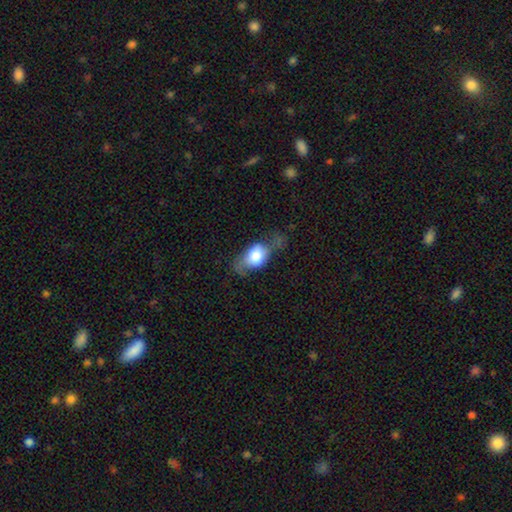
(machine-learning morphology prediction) Smooth or featured?
  - smooth: 64% *
  - featured or disk: 29%
  - star or artifact: 7%
How rounded?
  - in between: 81% *
  - round: 15%
  - cigar-shaped: 4%
Merging?
  - none: 33% *
  - minor disturbance: 31%
  - major disturbance: 30%
  - merger: 5%